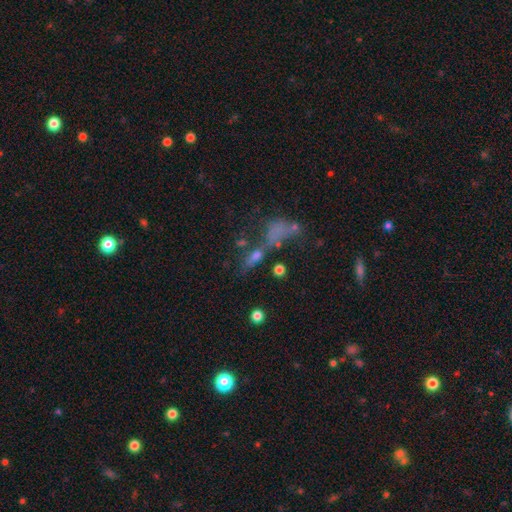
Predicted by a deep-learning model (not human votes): Smooth or featured?
  - smooth: 46% *
  - featured or disk: 32%
  - star or artifact: 23%
Merging?
  - none: 42% *
  - merger: 23%
  - major disturbance: 19%
  - minor disturbance: 15%